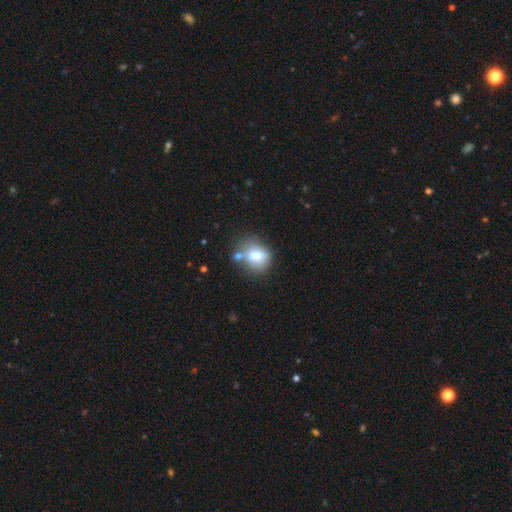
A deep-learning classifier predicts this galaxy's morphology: A smooth galaxy with no disk features (71%) that is in between round and cigar-shaped (52%). Merging: none (52%).